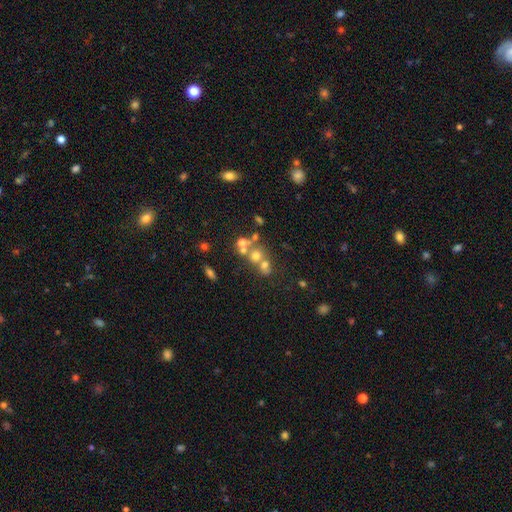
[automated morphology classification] Overall: smooth (45%; star or artifact 28%). Merging: merger (46%; none 40%).